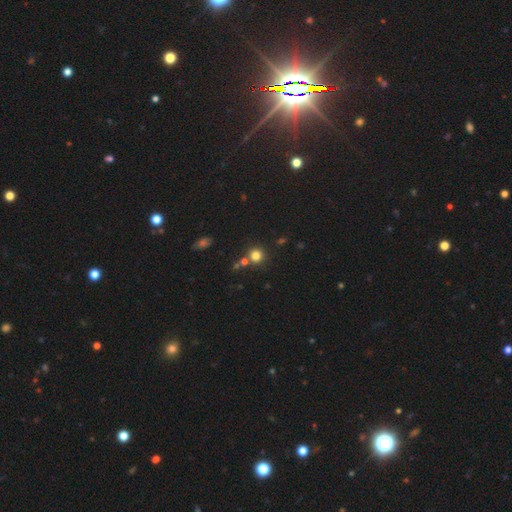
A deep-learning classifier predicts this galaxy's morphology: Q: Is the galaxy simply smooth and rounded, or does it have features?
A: smooth — 79%.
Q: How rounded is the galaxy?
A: round — 90%.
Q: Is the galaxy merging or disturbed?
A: none — 72%.